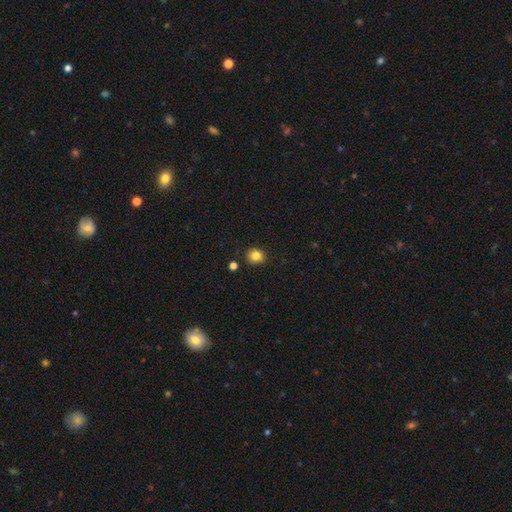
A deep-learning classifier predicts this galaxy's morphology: smooth_or_featured: smooth (p=0.83) [alt: star or artifact p=0.11]
how_rounded: round (p=0.83) [alt: in between p=0.16]
merging: none (p=0.87) [alt: minor disturbance p=0.09]